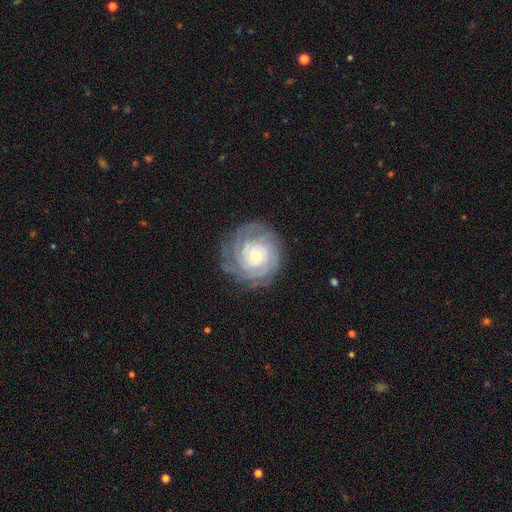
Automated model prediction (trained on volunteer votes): A featured or disk galaxy (82%) with no bar (77%), tight (81%) spiral arms (96%) and a small central bulge (64%). Merging: none (80%).